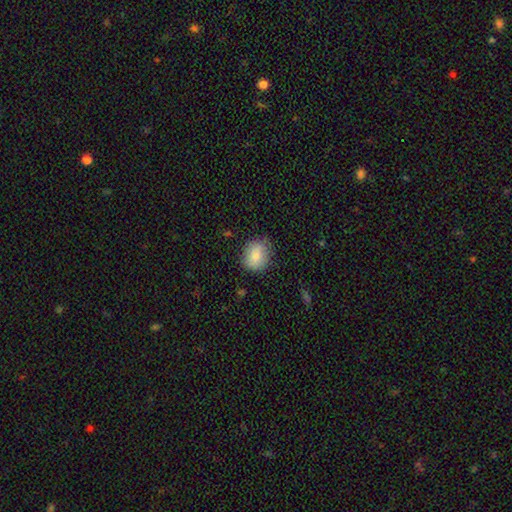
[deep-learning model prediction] Overall: smooth (82%). How rounded: round (68%; in between 31%). Merging: none (78%).